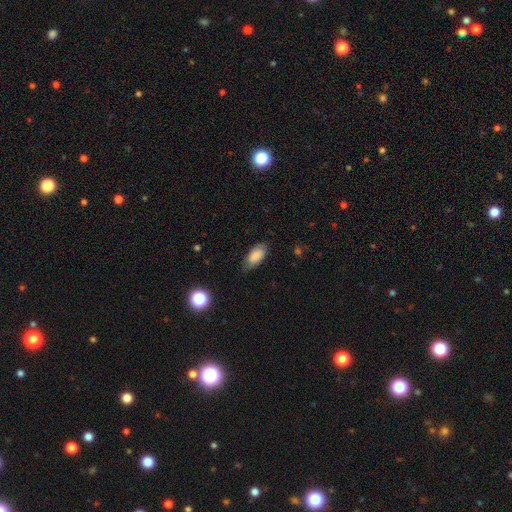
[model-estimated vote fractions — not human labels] Q: Smooth or featured?
A: smooth (83%); runner-up: featured or disk (10%)
Q: How rounded?
A: in between (91%); runner-up: cigar-shaped (6%)
Q: Merging?
A: none (72%); runner-up: minor disturbance (22%)